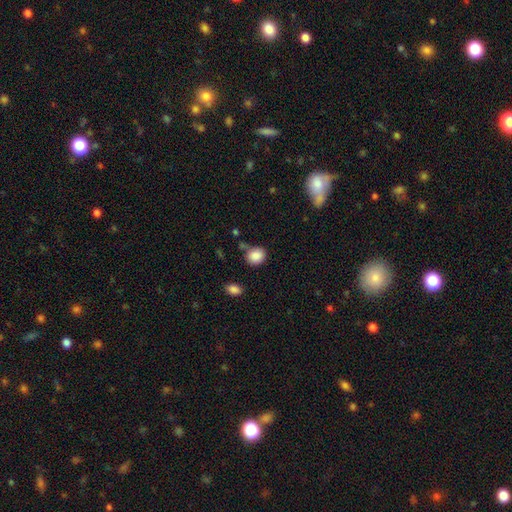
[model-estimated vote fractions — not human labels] Q: Smooth or featured?
A: smooth (87%); runner-up: star or artifact (9%)
Q: How rounded?
A: round (69%); runner-up: in between (30%)
Q: Merging?
A: none (67%); runner-up: minor disturbance (19%)